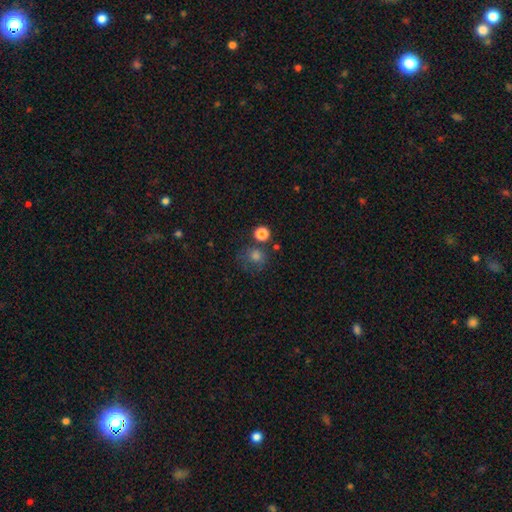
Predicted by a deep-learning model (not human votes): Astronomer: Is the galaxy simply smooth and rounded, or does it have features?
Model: smooth — 69%.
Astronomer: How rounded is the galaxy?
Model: round — 80%.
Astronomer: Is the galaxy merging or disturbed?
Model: none — 61%.